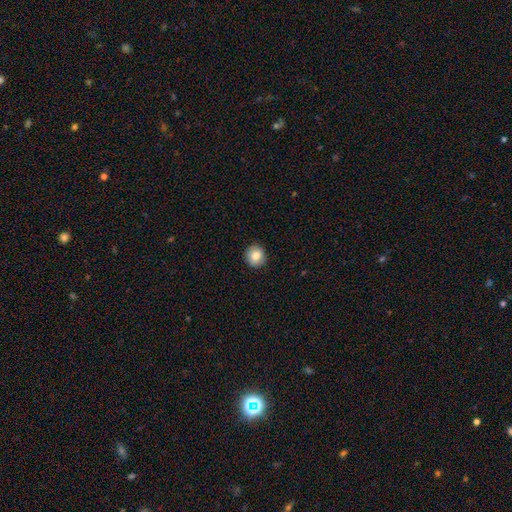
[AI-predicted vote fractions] Overall: smooth (84%). How rounded: round (91%). Merging: none (91%).